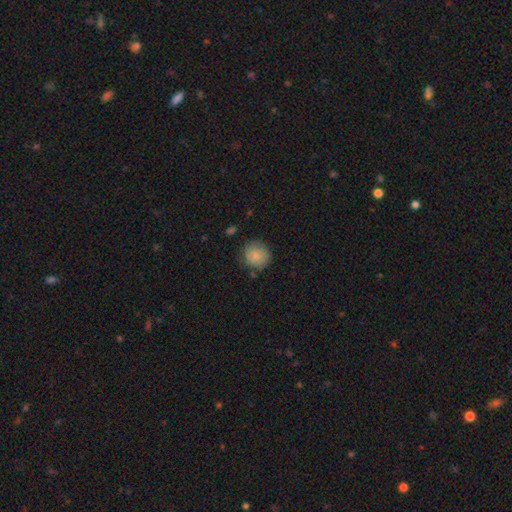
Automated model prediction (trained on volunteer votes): Smooth or featured: smooth — 86% (star or artifact — 8%)
How rounded: round — 91% (in between — 8%)
Merging: none — 81% (minor disturbance — 13%)